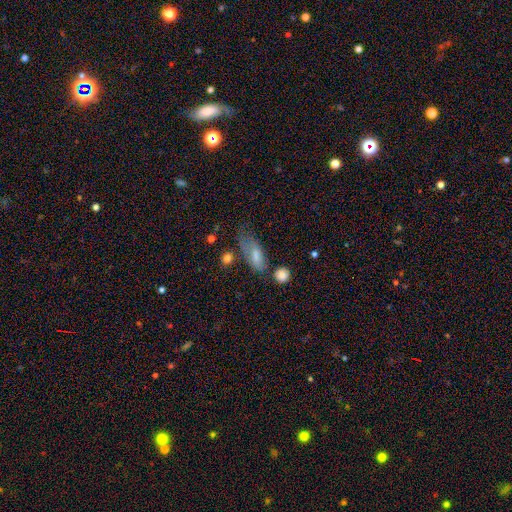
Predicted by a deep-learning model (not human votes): smooth 74%, featured or disk 18%, star or artifact 8%. Down the decision tree: how rounded — in between (76%); merging — none (39%).